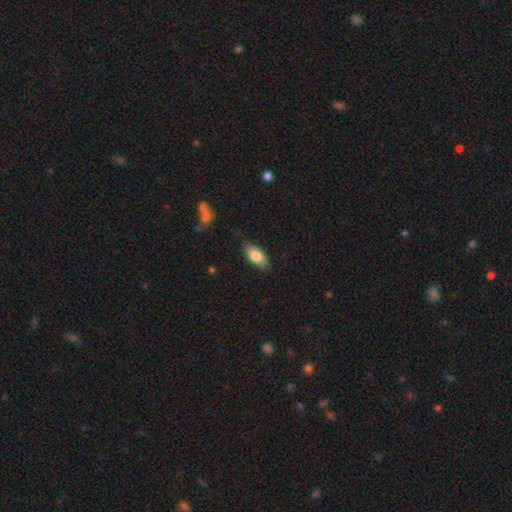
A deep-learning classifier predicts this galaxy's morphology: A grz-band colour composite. It shows a smooth galaxy with no disk features (81%) that is in between round and cigar-shaped (88%). Merging: none (80%).